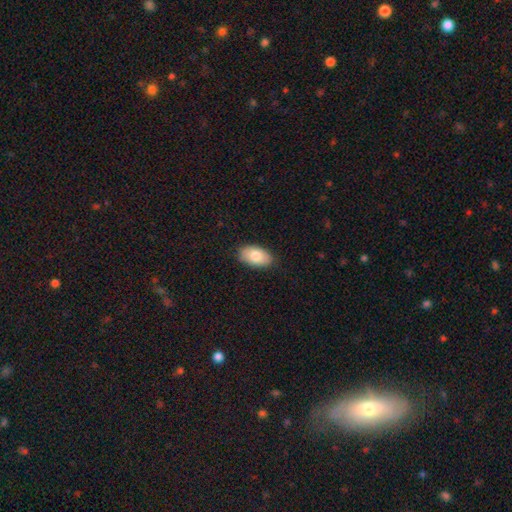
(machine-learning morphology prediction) smooth_or_featured: smooth (p=0.81) [alt: featured or disk p=0.12]
how_rounded: in between (p=0.93) [alt: round p=0.05]
merging: none (p=0.86) [alt: minor disturbance p=0.11]